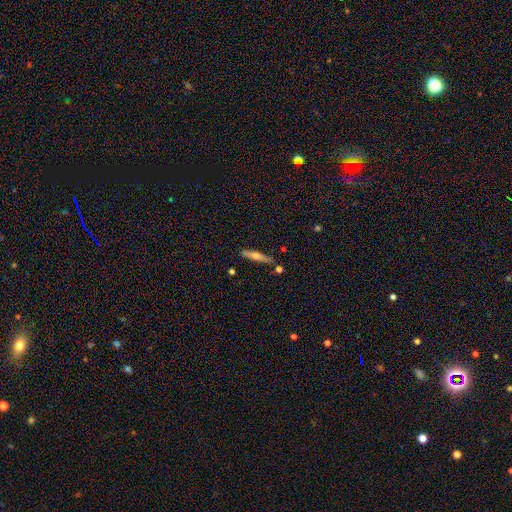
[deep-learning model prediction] Morphology: type=smooth (50%); merging=none (78%).